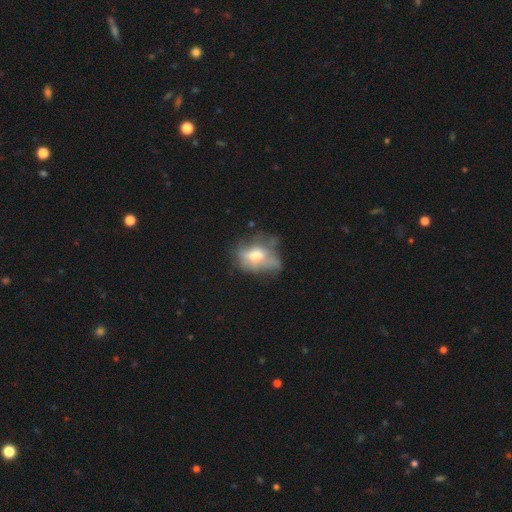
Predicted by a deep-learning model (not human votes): A smooth galaxy with no disk features (49%). Merging: none (36%).